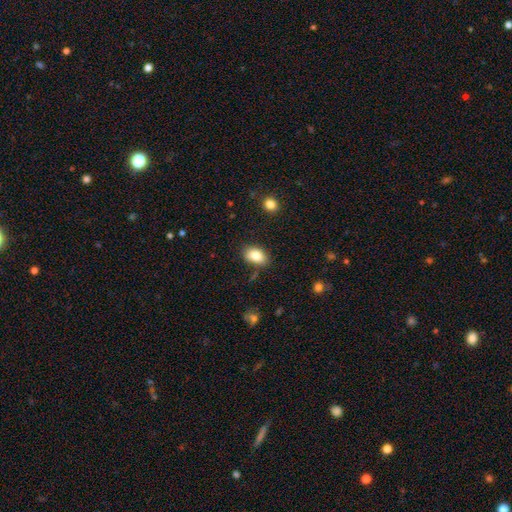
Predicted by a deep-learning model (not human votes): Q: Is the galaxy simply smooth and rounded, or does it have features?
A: smooth — 84%.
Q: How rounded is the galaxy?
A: in between — 88%.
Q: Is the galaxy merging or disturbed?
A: none — 81%.